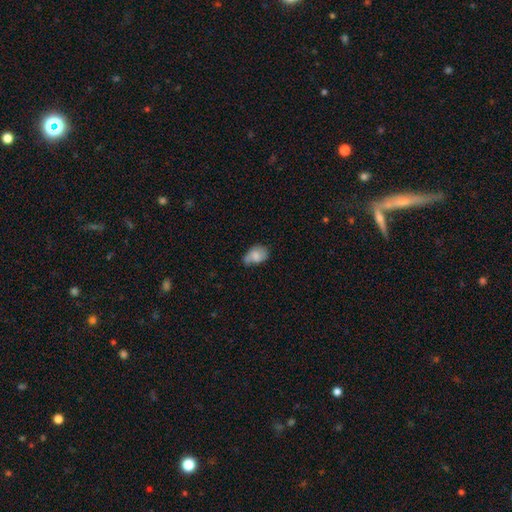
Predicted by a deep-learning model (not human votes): smooth_or_featured: smooth (p=0.66) [alt: featured or disk p=0.25]
how_rounded: in between (p=0.80) [alt: round p=0.19]
merging: none (p=0.39) [tied with: minor disturbance p=0.39]